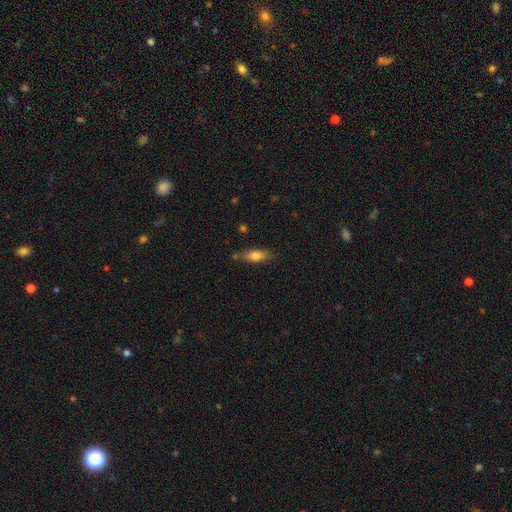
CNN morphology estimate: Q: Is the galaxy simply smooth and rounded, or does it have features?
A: smooth — 72%.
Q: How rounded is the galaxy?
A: in between — 63%.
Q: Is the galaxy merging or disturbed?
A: none — 73%.